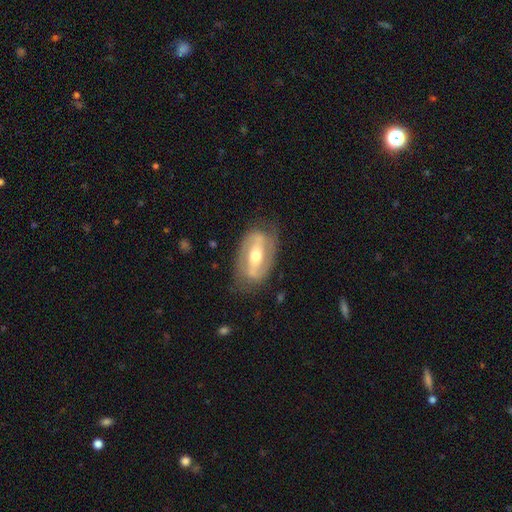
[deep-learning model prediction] A featured or disk galaxy (78%) with a strong bar (55%), 2 (84%) medium (43%) spiral arms (75%) and a moderate central bulge (70%).

Vote fractions:
- Smooth or featured? featured or disk: 78% / smooth: 17% / star or artifact: 5%
- Edge-on disk? no: 92% / yes: 8%
- Bar? strong: 55% / weak: 28% / no: 17%
- Spiral arms? yes: 75% / no: 25%
- Spiral winding? medium: 43% / tight: 34% / loose: 22%
- Spiral arm count? 2: 84% / can't tell: 10% / 1: 3% / 3: 1% / 4: 1% / more than 4: 1%
- Bulge size? moderate: 70% / small: 20% / large: 8% / dominant: 1% / none: 1%
- Merging? none: 76% / minor disturbance: 16% / major disturbance: 6% / merger: 1%